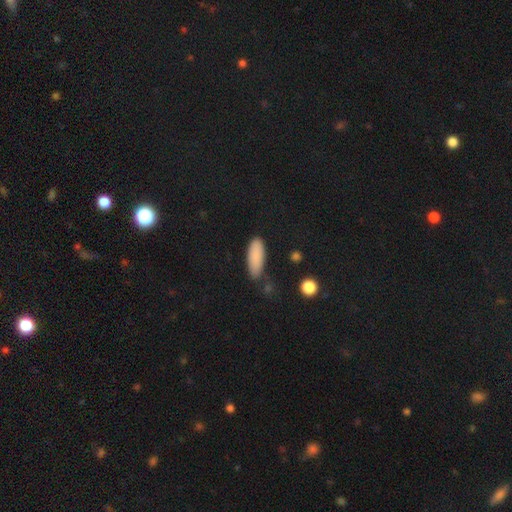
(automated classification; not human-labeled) smooth_or_featured: smooth (p=0.87) [alt: star or artifact p=0.07]
how_rounded: in between (p=0.62) [alt: cigar-shaped p=0.36]
merging: none (p=0.69) [alt: minor disturbance p=0.22]